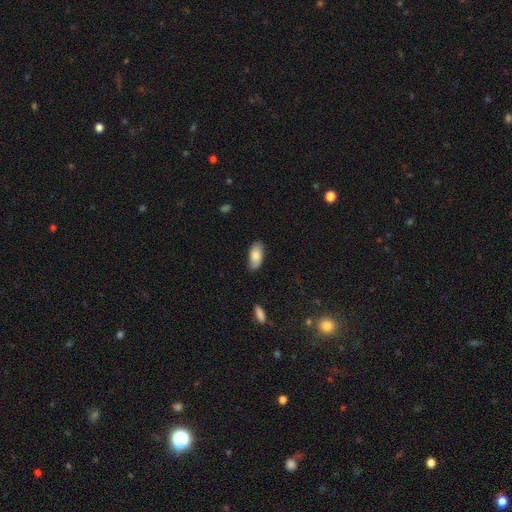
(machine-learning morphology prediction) smooth 81%, featured or disk 13%, star or artifact 6%. Down the decision tree: how rounded — in between (90%); merging — none (83%).